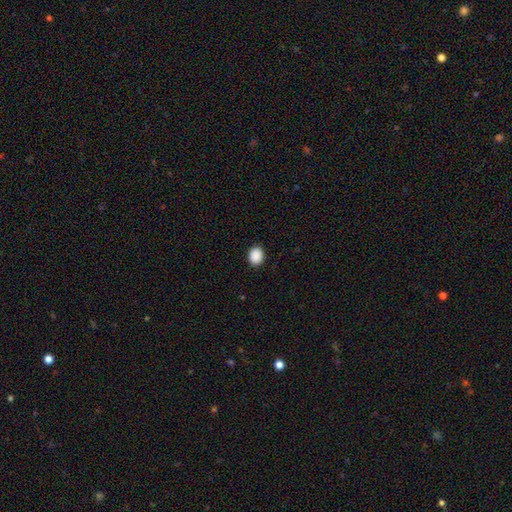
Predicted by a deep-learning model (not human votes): Overall: smooth (90%). How rounded: round (57%; in between 43%). Merging: none (91%).